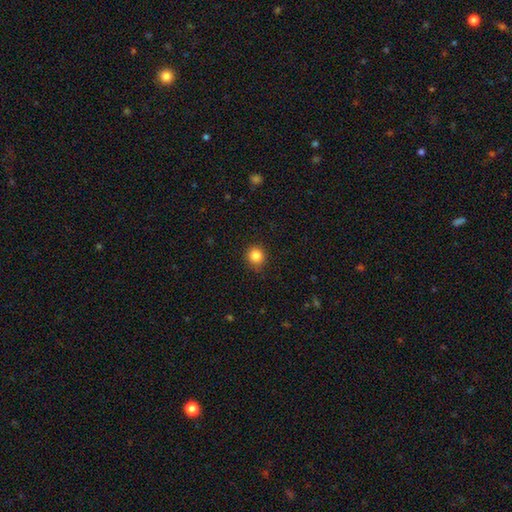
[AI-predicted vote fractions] A smooth galaxy with no disk features (85%) that is round (89%).

Vote fractions:
- Smooth or featured? smooth: 85% / star or artifact: 11% / featured or disk: 4%
- How rounded? round: 89% / in between: 10% / cigar-shaped: 1%
- Merging? none: 87% / minor disturbance: 9% / major disturbance: 2% / merger: 1%